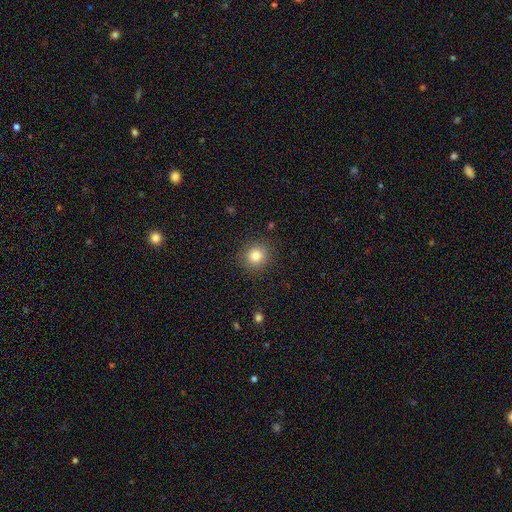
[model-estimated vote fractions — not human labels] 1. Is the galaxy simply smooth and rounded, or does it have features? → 82% smooth, 11% star or artifact, 7% featured or disk.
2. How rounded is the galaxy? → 91% round, 8% in between, 1% cigar-shaped.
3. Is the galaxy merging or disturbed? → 89% none, 7% minor disturbance, 3% major disturbance, 1% merger.